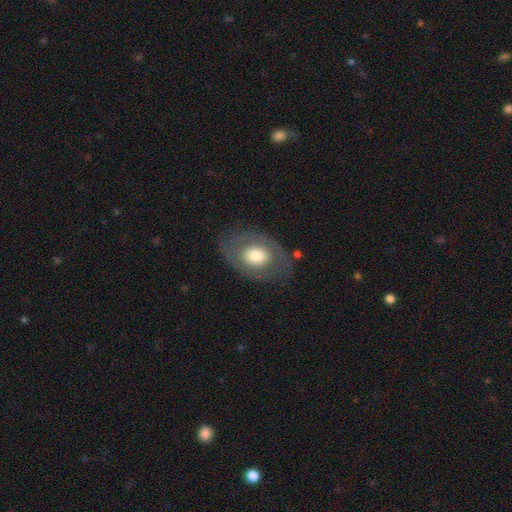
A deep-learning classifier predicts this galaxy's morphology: Smooth or featured? Predicted: smooth (p=0.54). How rounded? Predicted: in between (p=0.78). Merging? Predicted: none (p=0.74).